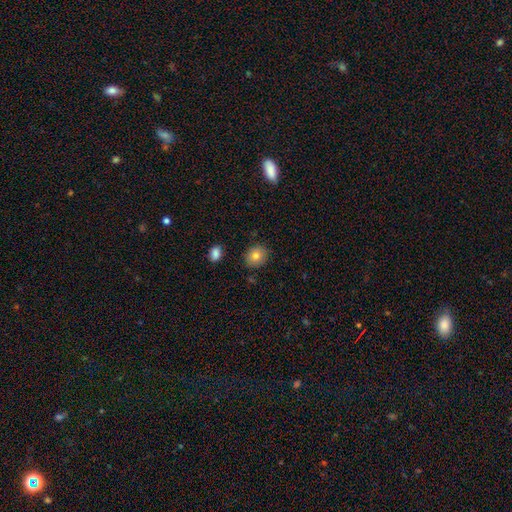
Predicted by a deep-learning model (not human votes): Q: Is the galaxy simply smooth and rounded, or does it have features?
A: smooth — 82%.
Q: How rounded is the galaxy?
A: round — 63%.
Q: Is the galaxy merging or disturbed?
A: none — 86%.